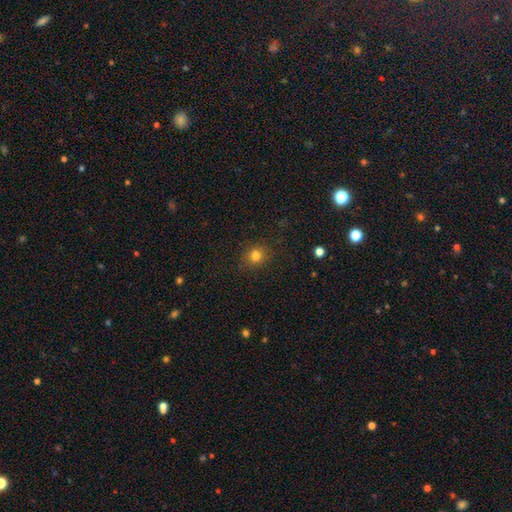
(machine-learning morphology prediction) smooth 80%, star or artifact 14%, featured or disk 7%. Down the decision tree: how rounded — round (78%); merging — none (85%).